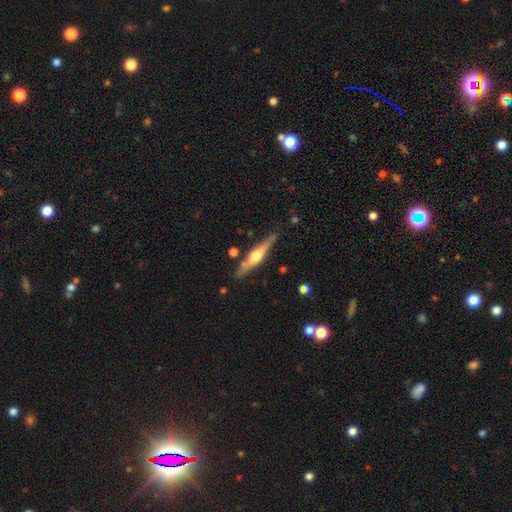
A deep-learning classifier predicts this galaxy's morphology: type=featured or disk (69%); edge-on=yes (96%); edge-on bulge=rounded (91%); merging=none (83%).